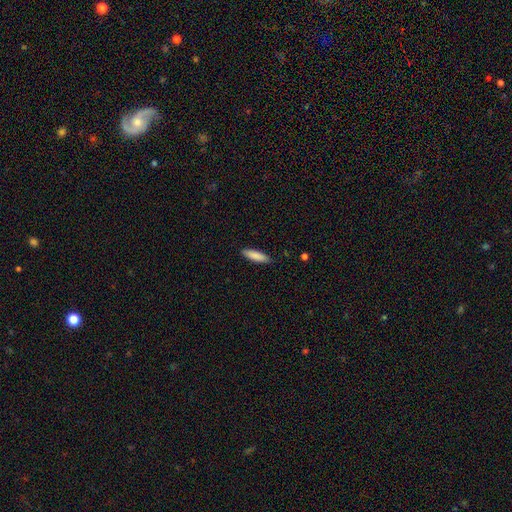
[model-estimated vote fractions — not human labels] Smooth or featured? smooth (86%)
How rounded? cigar-shaped (68%)
Merging? none (88%)